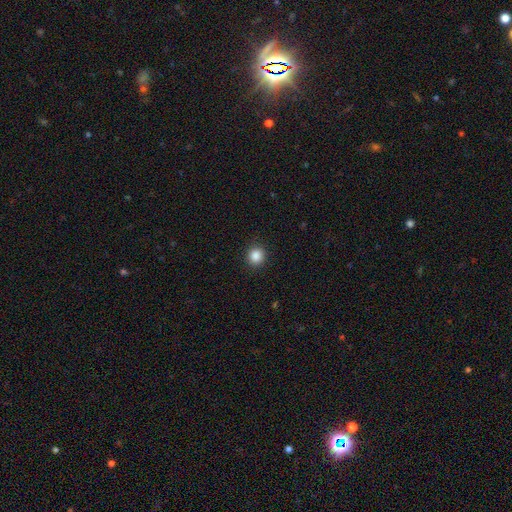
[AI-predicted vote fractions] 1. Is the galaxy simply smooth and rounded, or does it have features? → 87% smooth, 10% star or artifact, 3% featured or disk.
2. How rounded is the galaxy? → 88% round, 11% in between, 1% cigar-shaped.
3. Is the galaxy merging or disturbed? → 91% none, 6% minor disturbance, 2% major disturbance, 1% merger.